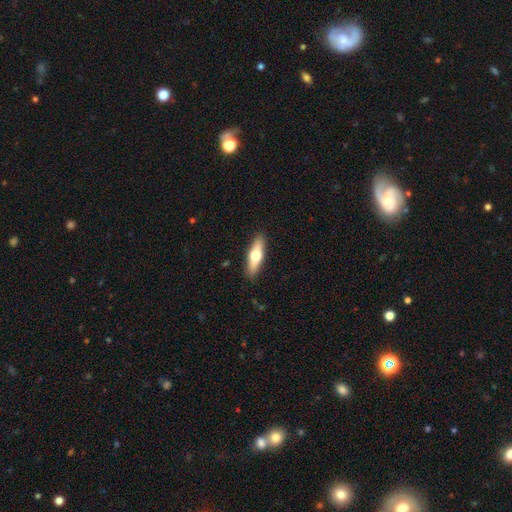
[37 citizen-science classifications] Morphology: type=smooth (57%); roundness=cigar-shaped (76%); merging=none (94%).